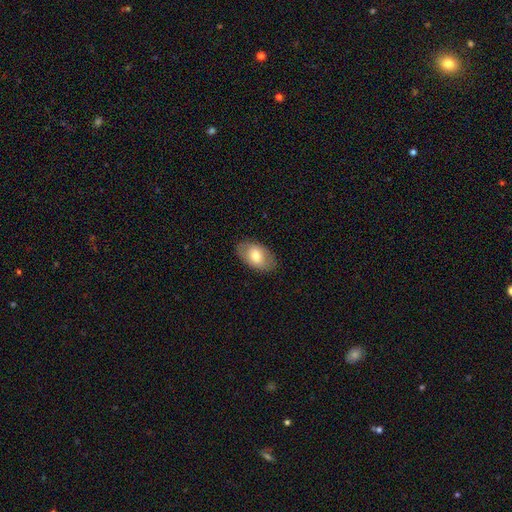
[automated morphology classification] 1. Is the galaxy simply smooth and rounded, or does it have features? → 72% smooth, 21% featured or disk, 7% star or artifact.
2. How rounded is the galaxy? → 91% in between, 8% round, 1% cigar-shaped.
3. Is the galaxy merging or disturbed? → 83% none, 12% minor disturbance, 3% major disturbance, 1% merger.